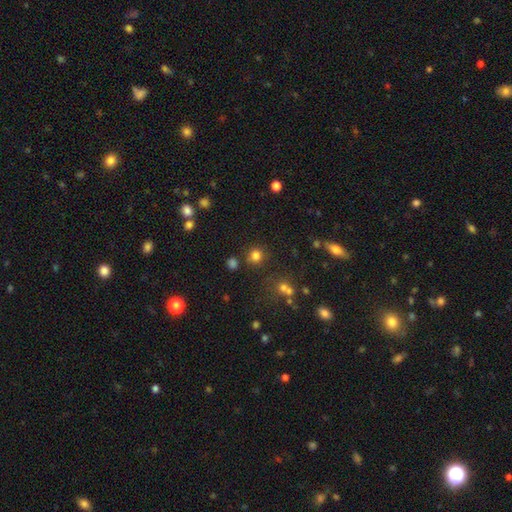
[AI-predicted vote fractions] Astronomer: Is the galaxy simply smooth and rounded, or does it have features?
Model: smooth — 78%.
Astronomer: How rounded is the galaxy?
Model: round — 90%.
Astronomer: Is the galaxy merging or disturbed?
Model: none — 83%.